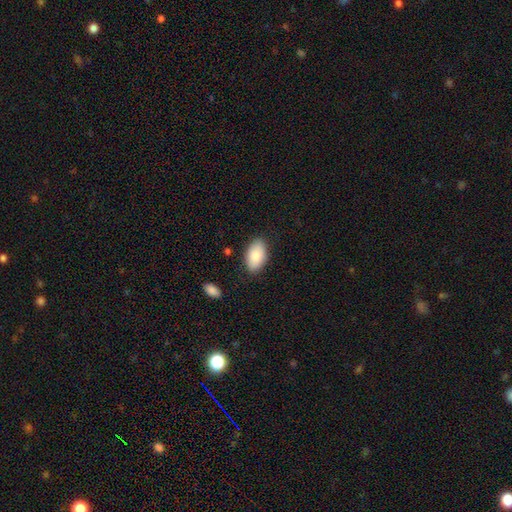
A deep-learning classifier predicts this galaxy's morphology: Smooth or featured?
  - smooth: 84% *
  - featured or disk: 10%
  - star or artifact: 6%
How rounded?
  - in between: 94% *
  - round: 5%
  - cigar-shaped: 2%
Merging?
  - none: 83% *
  - minor disturbance: 12%
  - major disturbance: 3%
  - merger: 2%